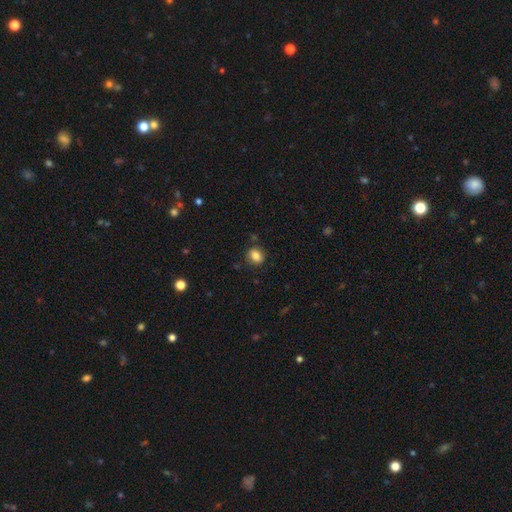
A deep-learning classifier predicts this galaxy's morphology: smooth-or-featured: smooth: 84% | star or artifact: 10% | featured or disk: 6%
  how-rounded: round: 50% | in between: 49% | cigar-shaped: 1%
  merging: none: 85% | minor disturbance: 10% | major disturbance: 3% | merger: 2%